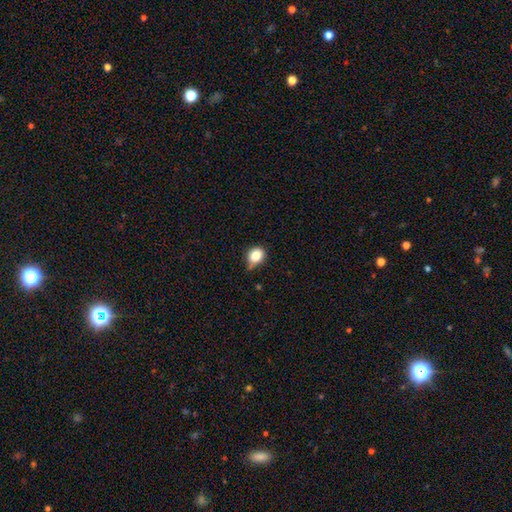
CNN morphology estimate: type=smooth (83%); roundness=round (59%); merging=none (57%).